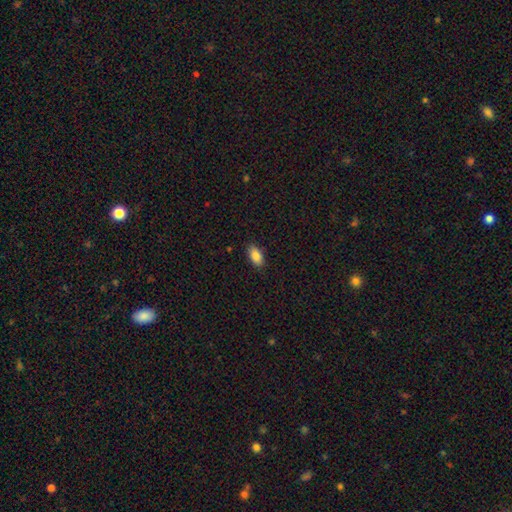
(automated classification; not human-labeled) Smooth or featured? smooth (87%)
How rounded? in between (92%)
Merging? none (87%)